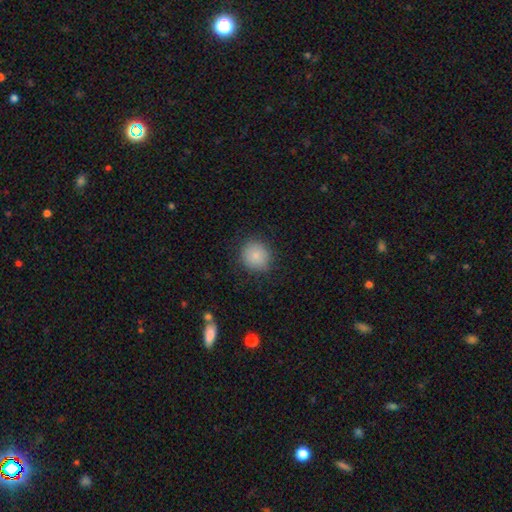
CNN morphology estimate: Smooth or featured? smooth (84%)
How rounded? round (89%)
Merging? none (85%)